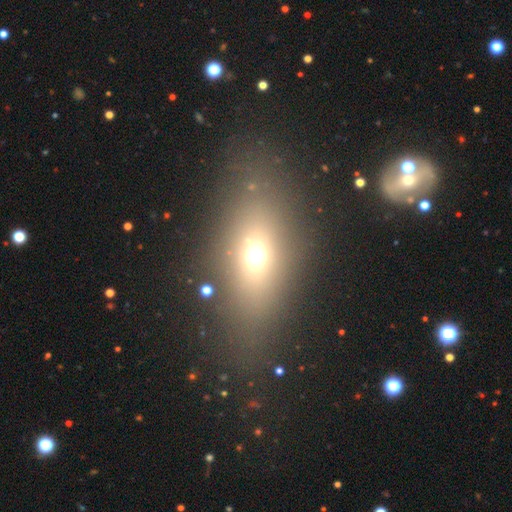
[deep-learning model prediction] smooth_or_featured: smooth (p=0.61) [alt: star or artifact p=0.22]
how_rounded: in between (p=0.69) [alt: round p=0.24]
merging: none (p=0.76) [alt: minor disturbance p=0.12]